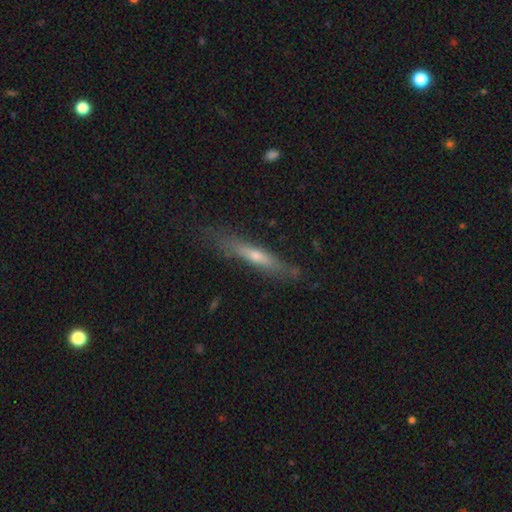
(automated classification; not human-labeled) Smooth or featured?
  - featured or disk: 56% *
  - smooth: 35%
  - star or artifact: 8%
Edge-on disk?
  - yes: 86% *
  - no: 14%
Merging?
  - none: 79% *
  - minor disturbance: 16%
  - major disturbance: 4%
  - merger: 2%